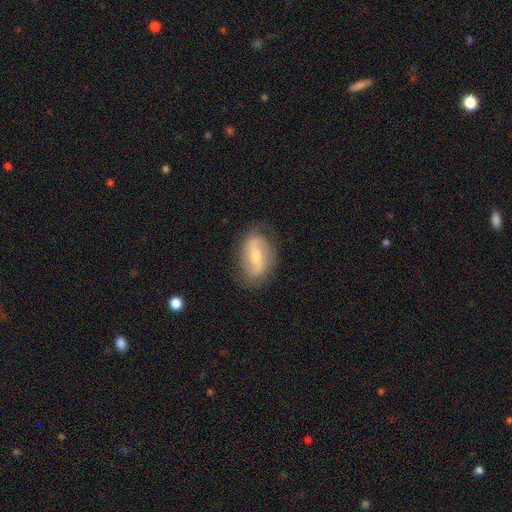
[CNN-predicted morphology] type=featured or disk (66%); edge-on=no (93%); bar=strong (43%); spiral arms=yes (74%); bulge=moderate (62%); merging=none (78%).